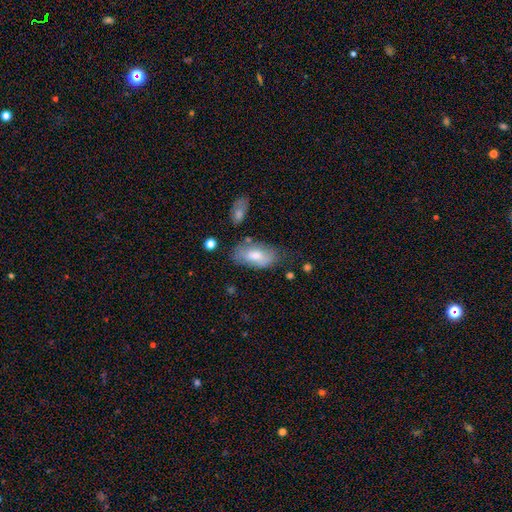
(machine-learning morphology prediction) A smooth galaxy with no disk features (71%) that is in between round and cigar-shaped (93%).

Vote fractions:
- Smooth or featured? smooth: 71% / featured or disk: 22% / star or artifact: 6%
- How rounded? in between: 93% / cigar-shaped: 4% / round: 3%
- Merging? none: 60% / minor disturbance: 25% / major disturbance: 8% / merger: 7%